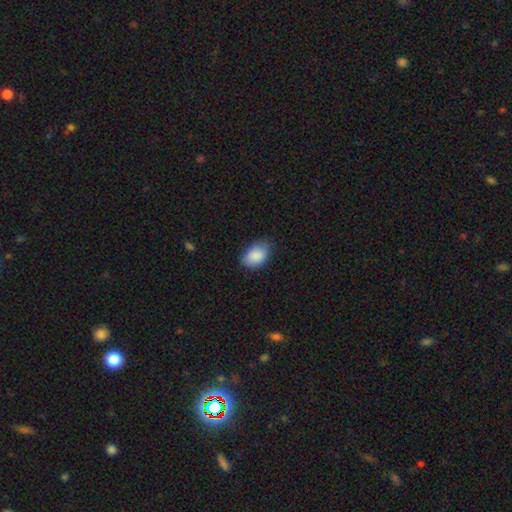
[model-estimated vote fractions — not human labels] The model was most divided on "merging": none: 74%, minor disturbance: 22%, major disturbance: 4%, merger: 1%. More confident: smooth or featured — smooth (88%); how rounded — in between (85%).